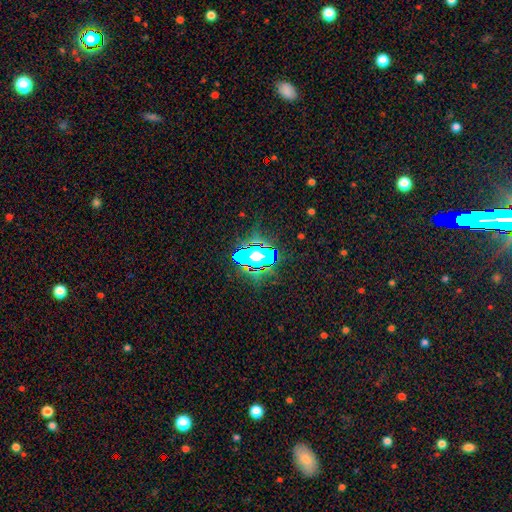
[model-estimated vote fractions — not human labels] Smooth or featured? star or artifact (45%)